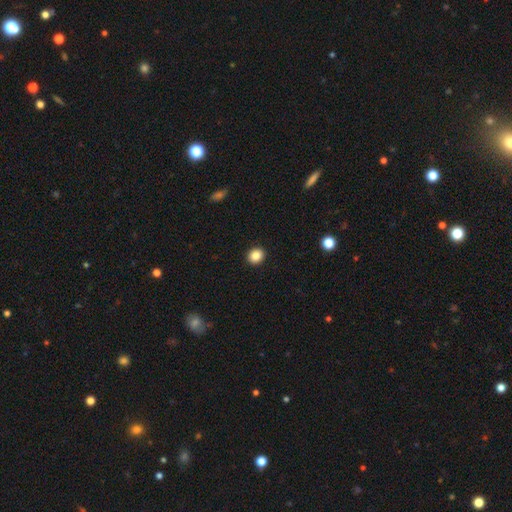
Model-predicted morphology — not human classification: Q: Smooth or featured?
A: smooth (86%); runner-up: star or artifact (9%)
Q: How rounded?
A: round (74%); runner-up: in between (25%)
Q: Merging?
A: none (92%); runner-up: minor disturbance (5%)